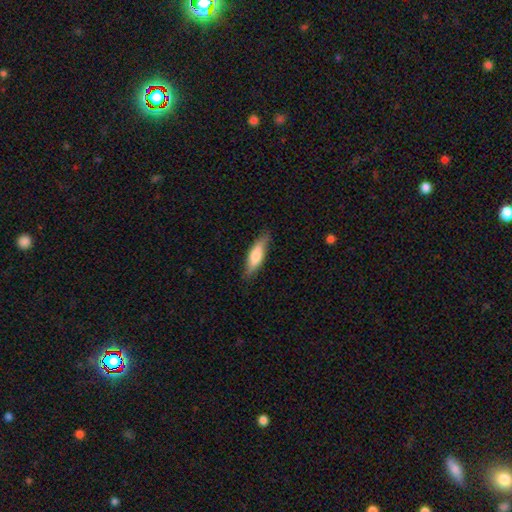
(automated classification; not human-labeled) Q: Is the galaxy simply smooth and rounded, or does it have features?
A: smooth — 70%.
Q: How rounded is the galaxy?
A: cigar-shaped — 59%.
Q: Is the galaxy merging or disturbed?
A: none — 82%.